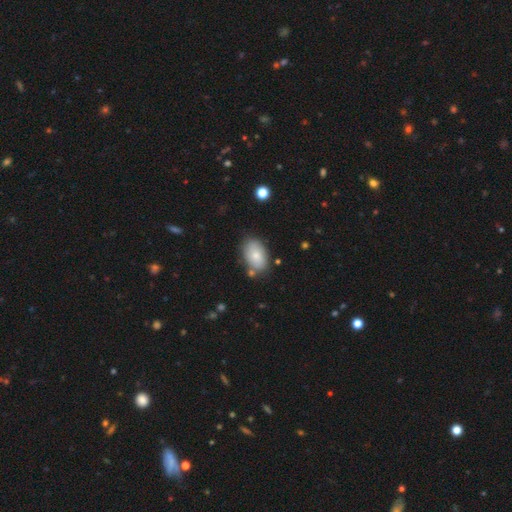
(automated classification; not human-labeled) Smooth or featured? smooth (79%)
How rounded? in between (91%)
Merging? none (74%)